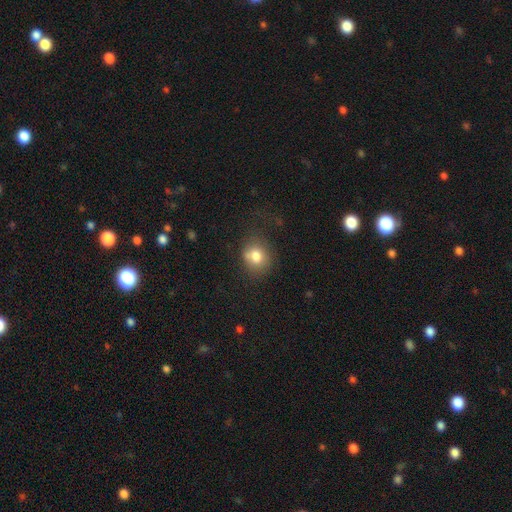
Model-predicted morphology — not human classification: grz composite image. It shows a smooth galaxy with no disk features (76%) that is round (64%). Merging: none (56%).